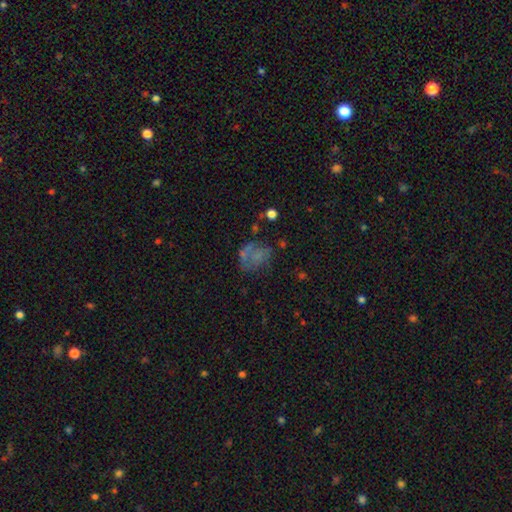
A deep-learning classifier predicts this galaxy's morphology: A featured or disk galaxy (41%, tied with smooth).

Vote fractions:
- Smooth or featured? featured or disk: 41% (tied) / smooth: 41% (tied) / star or artifact: 18%
- Merging? none: 39% / major disturbance: 29% / minor disturbance: 22% / merger: 10%